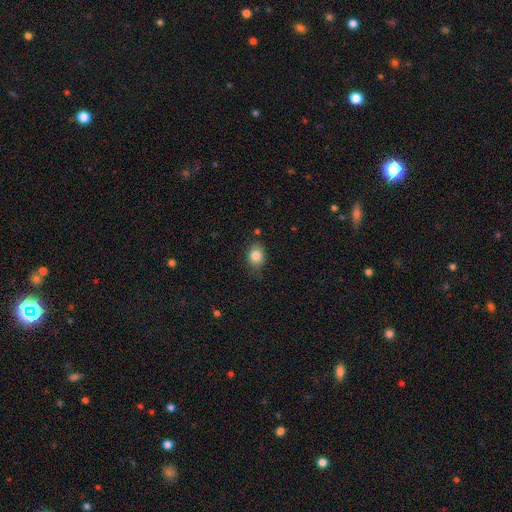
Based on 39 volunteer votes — A smooth galaxy with no disk features (85%) that is round (61%). Merging: none (83%).